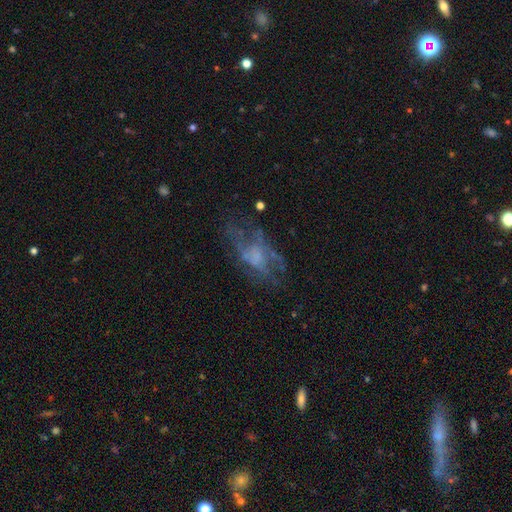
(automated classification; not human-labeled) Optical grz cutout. It shows a featured or disk galaxy (60%) with no bar (78%), no spiral arms (57%) and no central bulge (44%). Merging: none (49%).